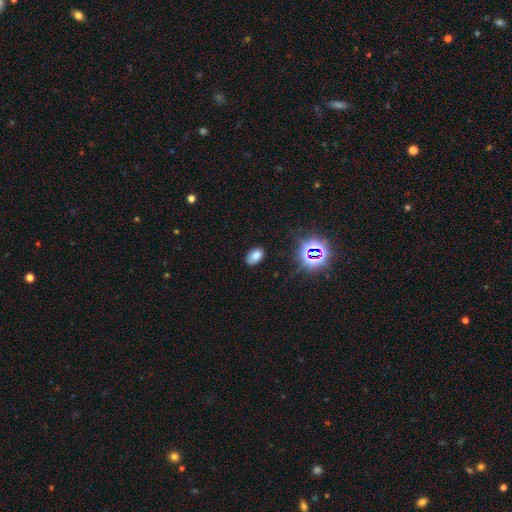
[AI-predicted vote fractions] smooth-or-featured: smooth: 73% | star or artifact: 20% | featured or disk: 8%
  how-rounded: in between: 90% | round: 9% | cigar-shaped: 1%
  merging: none: 83% | minor disturbance: 13% | major disturbance: 3% | merger: 1%